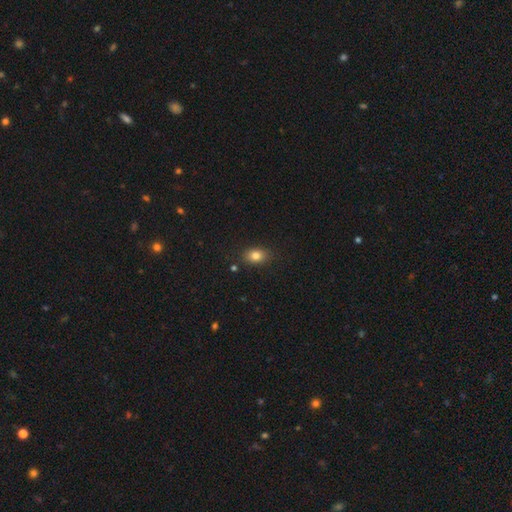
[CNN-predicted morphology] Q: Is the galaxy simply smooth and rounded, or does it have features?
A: smooth — 82%.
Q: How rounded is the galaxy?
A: in between — 75%.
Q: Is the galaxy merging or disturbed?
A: none — 85%.